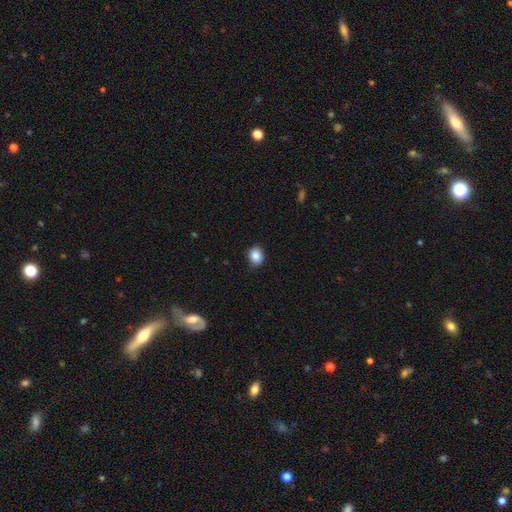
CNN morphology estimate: Smooth or featured? Predicted: smooth (p=0.87). How rounded? Predicted: round (p=0.53). Merging? Predicted: none (p=0.88).